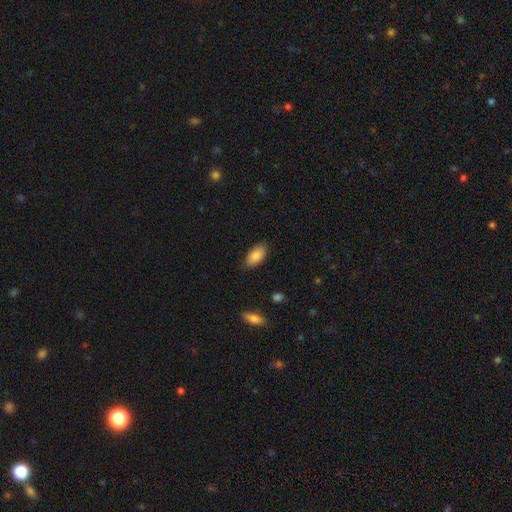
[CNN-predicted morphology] smooth_or_featured: smooth (p=0.87) [alt: star or artifact p=0.07]
how_rounded: in between (p=0.92) [alt: cigar-shaped p=0.05]
merging: none (p=0.84) [alt: minor disturbance p=0.12]